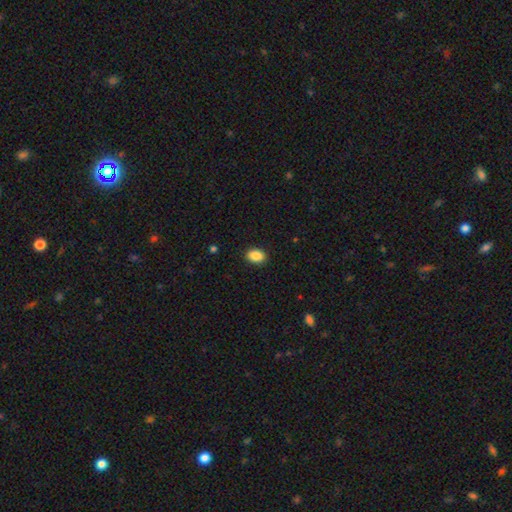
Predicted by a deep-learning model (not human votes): The model was most divided on "how rounded": in between: 78%, round: 21%, cigar-shaped: 1%. More confident: merging — none (90%); smooth or featured — smooth (89%).